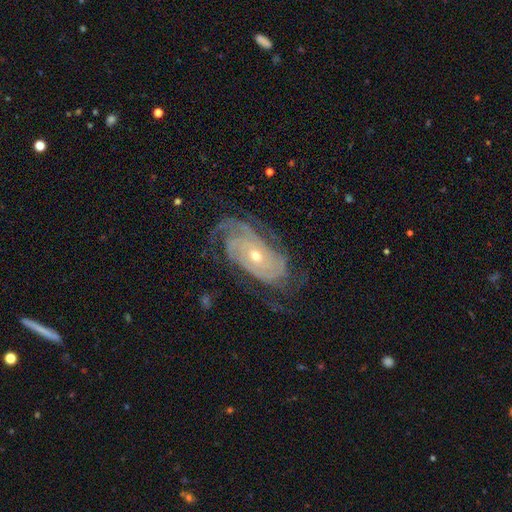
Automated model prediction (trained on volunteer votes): Morphology: type=featured or disk (90%); edge-on=no (96%); bar=no (71%); spiral arms=yes (97%); winding=tight (72%); arm count=3 (28%); bulge=small (53%); merging=none (71%).